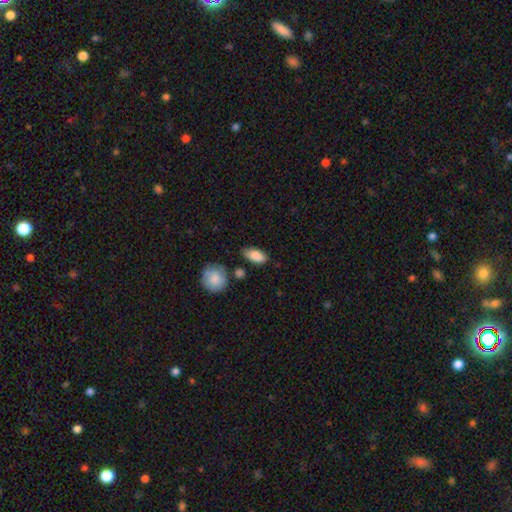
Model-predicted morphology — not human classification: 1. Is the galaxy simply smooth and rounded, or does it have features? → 87% smooth, 7% star or artifact, 6% featured or disk.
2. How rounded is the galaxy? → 89% in between, 6% cigar-shaped, 5% round.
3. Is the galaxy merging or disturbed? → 75% none, 16% minor disturbance, 5% merger, 4% major disturbance.